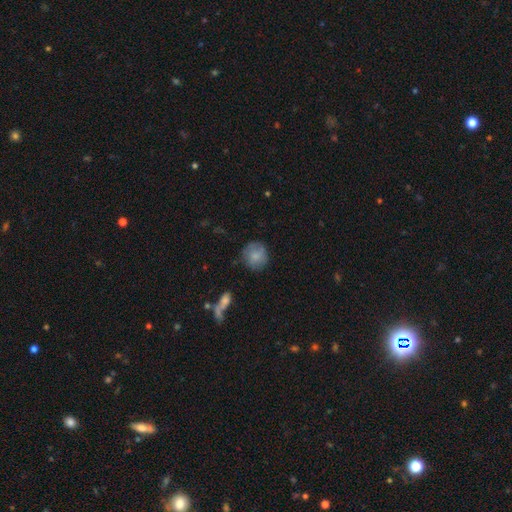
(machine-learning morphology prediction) A smooth galaxy with no disk features (78%) that is round (88%). Merging: none (75%).